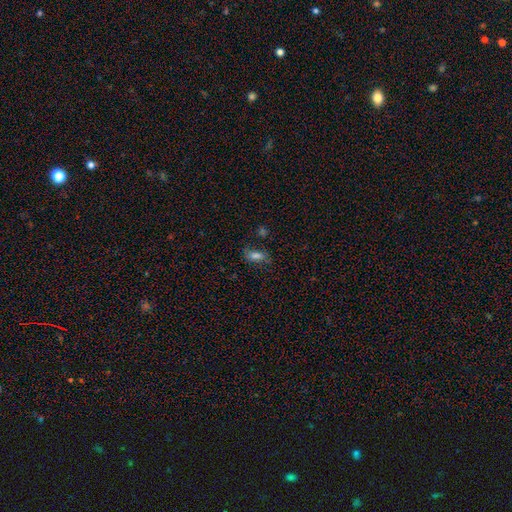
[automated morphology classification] A smooth galaxy with no disk features (71%) that is in between round and cigar-shaped (82%). Merging: none (61%).